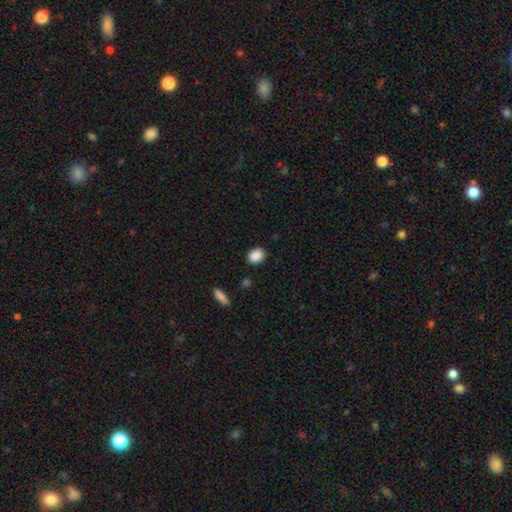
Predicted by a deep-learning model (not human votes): smooth_or_featured: smooth (p=0.89) [alt: star or artifact p=0.08]
how_rounded: in between (p=0.67) [alt: round p=0.32]
merging: none (p=0.86) [alt: minor disturbance p=0.10]